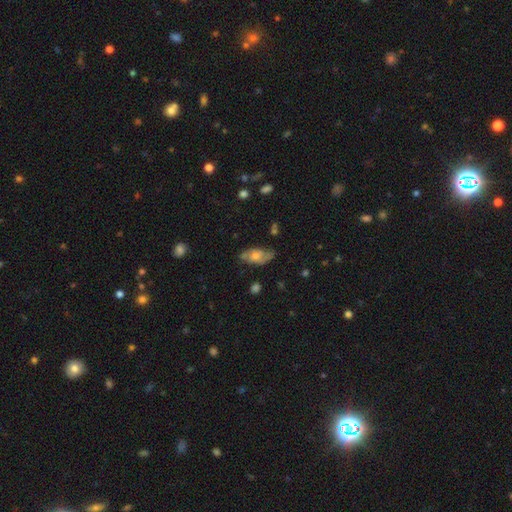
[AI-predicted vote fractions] A featured or disk galaxy (52%). Merging: none (61%).